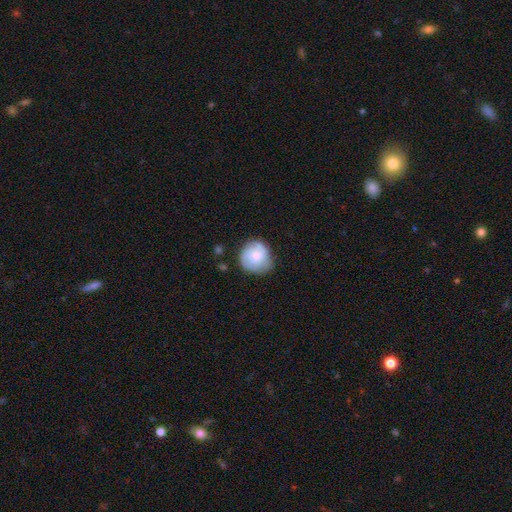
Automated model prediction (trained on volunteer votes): Smooth or featured: featured or disk — 52% (smooth — 41%)
Edge-on disk: no — 98% (yes — 2%)
Bar: no — 74% (weak — 23%)
Spiral arms: yes — 87% (no — 13%)
Bulge size: small — 41% (tied with moderate — 41%)
Merging: none — 69% (minor disturbance — 22%)